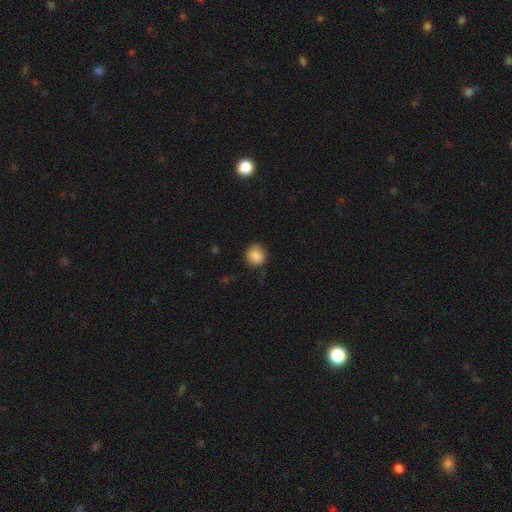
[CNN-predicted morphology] The model was most divided on "merging": none: 79%, minor disturbance: 16%, major disturbance: 4%, merger: 1%. More confident: smooth or featured — smooth (87%); how rounded — round (85%).